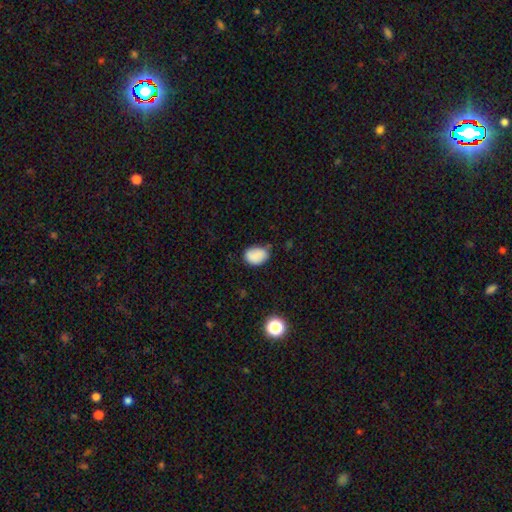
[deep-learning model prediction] Smooth or featured? smooth (83%)
How rounded? in between (72%)
Merging? none (61%)